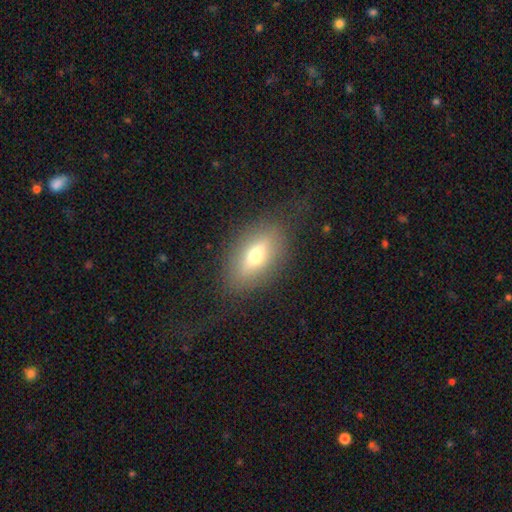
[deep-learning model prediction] This is possibly a smooth galaxy (56%). How rounded: likely in between (77%). Merging: likely none (79%).